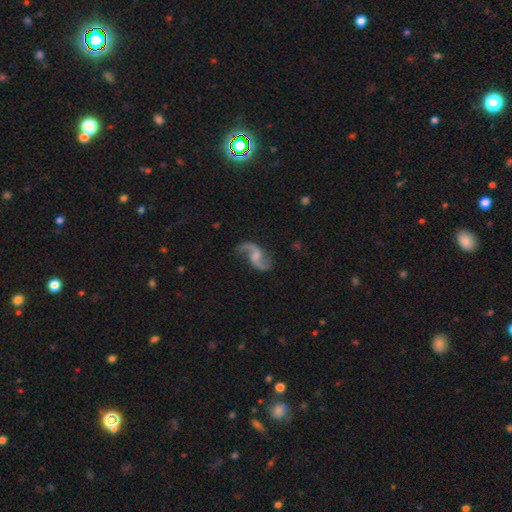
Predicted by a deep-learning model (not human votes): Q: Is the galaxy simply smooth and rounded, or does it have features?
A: featured or disk — 89%.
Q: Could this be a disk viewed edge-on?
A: no — 98%.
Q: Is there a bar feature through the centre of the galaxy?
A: weak — 47%.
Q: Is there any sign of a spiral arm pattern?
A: yes — 97%.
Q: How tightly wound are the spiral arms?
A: loose — 80%.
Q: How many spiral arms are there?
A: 2 — 93%.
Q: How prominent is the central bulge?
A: none — 35%.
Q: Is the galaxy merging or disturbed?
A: none — 78%.